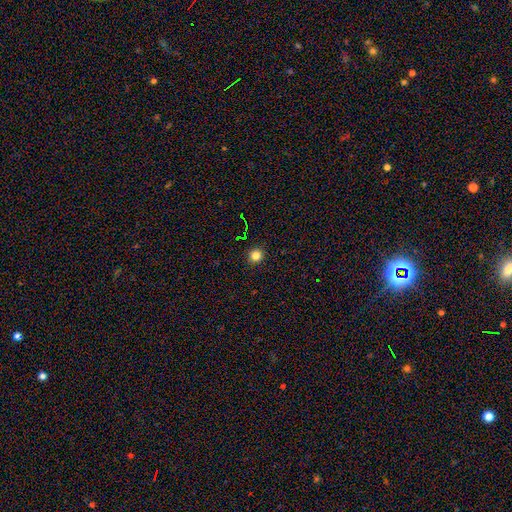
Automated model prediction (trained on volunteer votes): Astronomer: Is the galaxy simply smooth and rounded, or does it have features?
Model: smooth — 81%.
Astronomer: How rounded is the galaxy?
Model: round — 92%.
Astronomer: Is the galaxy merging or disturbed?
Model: none — 92%.